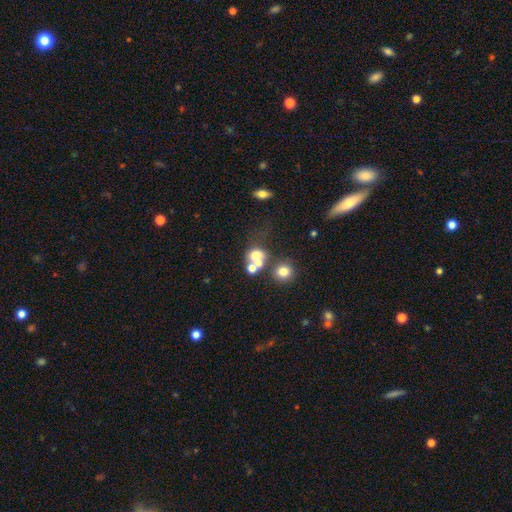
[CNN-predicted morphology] Smooth or featured? smooth (61%)
How rounded? round (67%)
Merging? merger (50%)